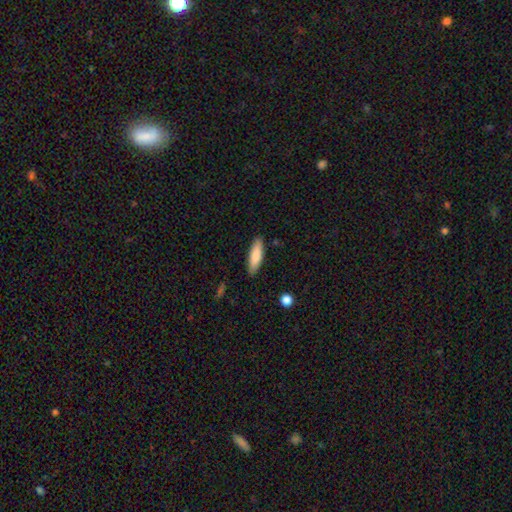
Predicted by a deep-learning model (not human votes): Smooth or featured? Predicted: smooth (p=0.83). How rounded? Predicted: cigar-shaped (p=0.54). Merging? Predicted: none (p=0.88).